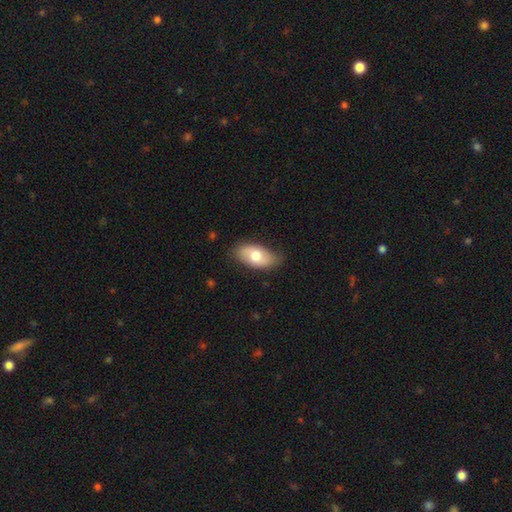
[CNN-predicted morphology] Smooth or featured?
  - smooth: 69% *
  - featured or disk: 25%
  - star or artifact: 6%
How rounded?
  - in between: 93% *
  - round: 4%
  - cigar-shaped: 3%
Merging?
  - none: 77% *
  - minor disturbance: 19%
  - major disturbance: 3%
  - merger: 1%